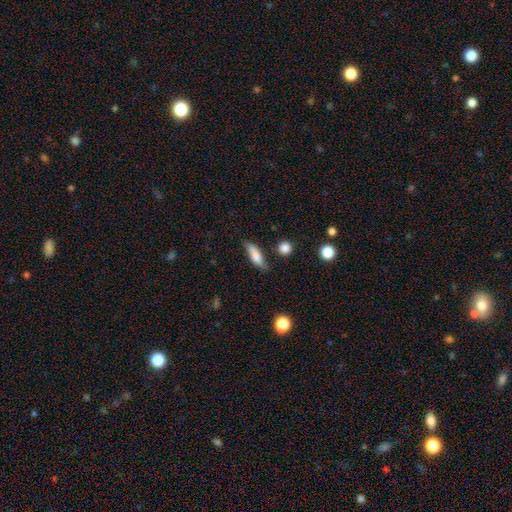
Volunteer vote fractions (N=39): A smooth galaxy with no disk features (62%) that is cigar-shaped (50%).

Vote fractions:
- Smooth or featured? smooth: 62% / featured or disk: 28% / star or artifact: 10%
- How rounded? cigar-shaped: 50% / in between: 42% / round: 8%
- Merging? none: 46% / minor disturbance: 43% / major disturbance: 11% / merger: 0%